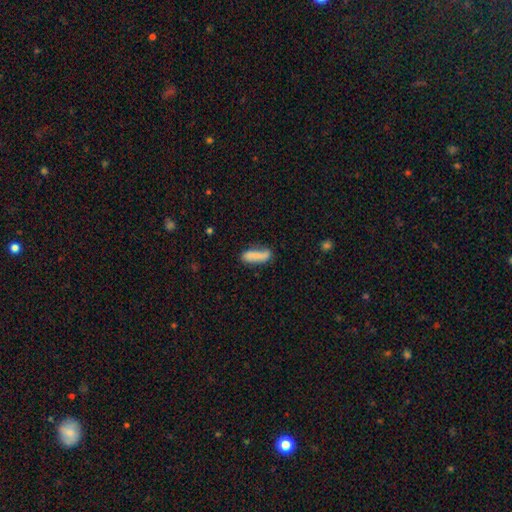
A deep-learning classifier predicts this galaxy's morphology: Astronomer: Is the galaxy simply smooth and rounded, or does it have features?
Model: smooth — 76%.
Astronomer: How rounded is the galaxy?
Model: cigar-shaped — 49% (runner-up: in between, 48%).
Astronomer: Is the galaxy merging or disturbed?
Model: none — 59%.